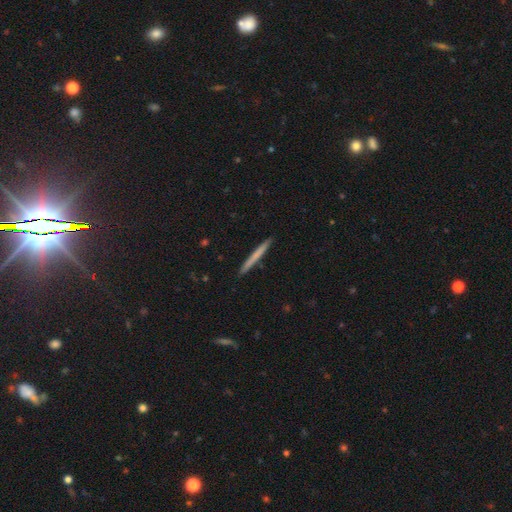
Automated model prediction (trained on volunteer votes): This appears to be a smooth galaxy with no disk features (63%) that is cigar-shaped (97%). Merging: none (93%).